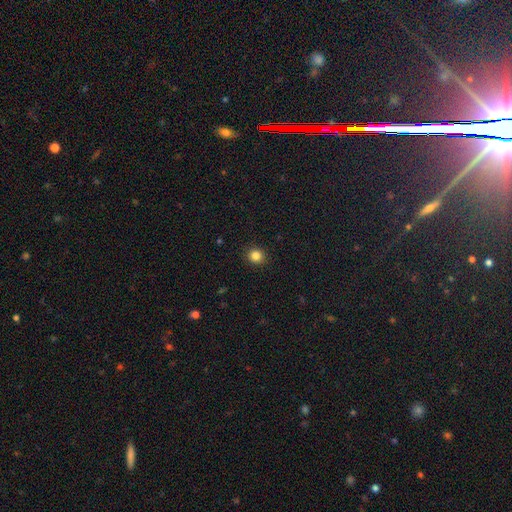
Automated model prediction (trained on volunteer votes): smooth_or_featured: smooth (p=0.84) [alt: star or artifact p=0.12]
how_rounded: round (p=0.88) [alt: in between p=0.11]
merging: none (p=0.92) [alt: minor disturbance p=0.05]